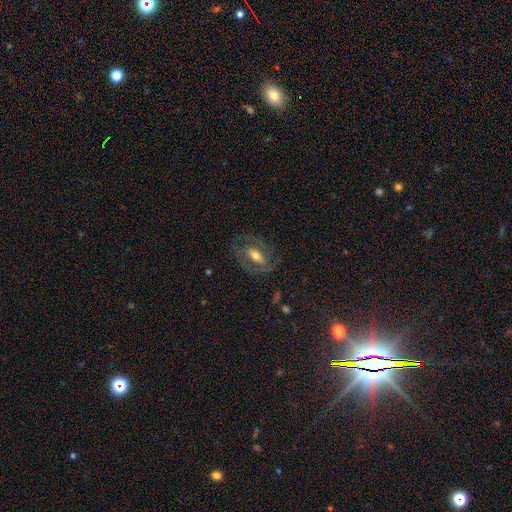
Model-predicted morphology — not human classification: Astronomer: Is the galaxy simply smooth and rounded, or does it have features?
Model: featured or disk — 74%.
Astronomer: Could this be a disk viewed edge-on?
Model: no — 93%.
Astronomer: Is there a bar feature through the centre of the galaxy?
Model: weak — 38% (runner-up: strong, 35%).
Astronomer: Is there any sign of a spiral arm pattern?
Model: yes — 85%.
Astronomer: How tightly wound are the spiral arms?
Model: medium — 47% (runner-up: tight, 38%).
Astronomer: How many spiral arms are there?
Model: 2 — 76%.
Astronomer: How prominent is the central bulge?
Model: moderate — 65%.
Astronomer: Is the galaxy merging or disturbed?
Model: none — 70%.